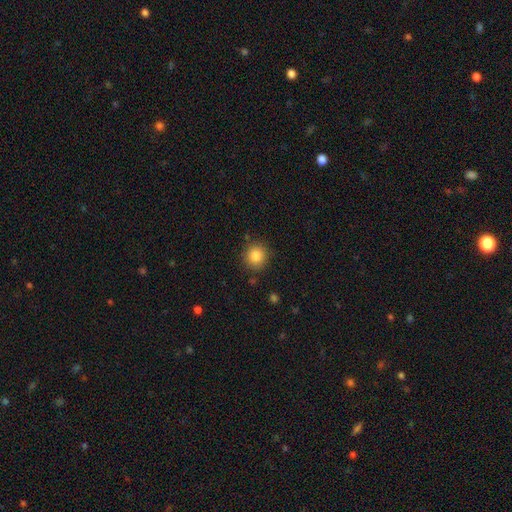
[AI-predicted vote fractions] This is clearly a smooth galaxy (84%). How rounded: clearly round (91%). Merging: clearly none (87%).